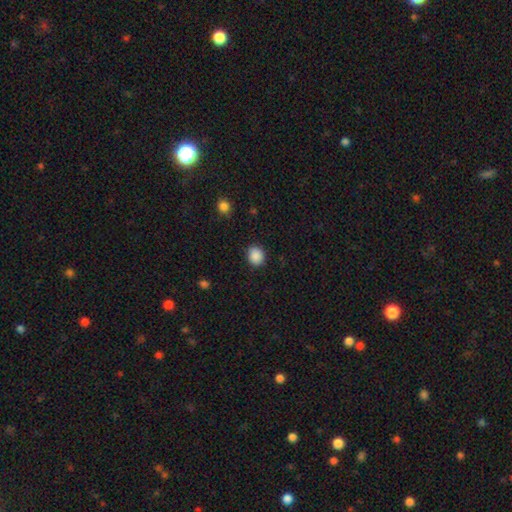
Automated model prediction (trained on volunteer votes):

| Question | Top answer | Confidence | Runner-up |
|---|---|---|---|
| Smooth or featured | smooth | 89% | star or artifact (9%) |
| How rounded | round | 70% | in between (29%) |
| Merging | none | 88% | minor disturbance (9%) |